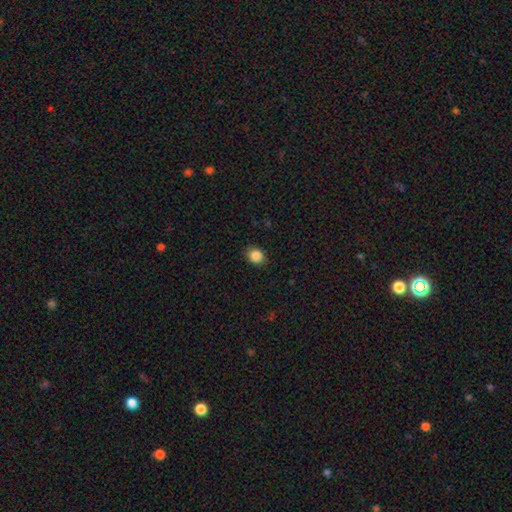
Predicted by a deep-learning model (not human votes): Overall: smooth (87%). How rounded: round (70%). Merging: none (88%).